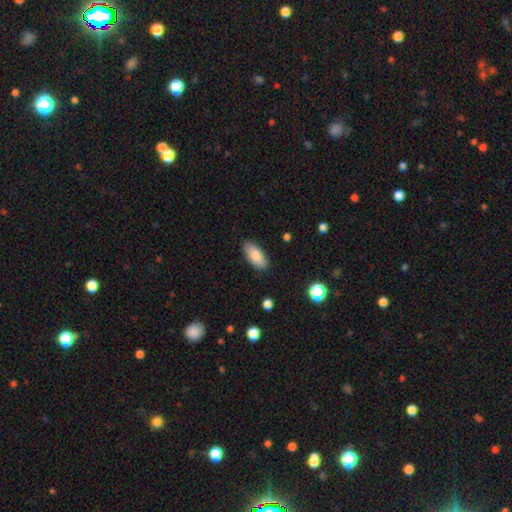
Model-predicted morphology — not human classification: A smooth galaxy with no disk features (86%) that is in between round and cigar-shaped (87%).

Vote fractions:
- Smooth or featured? smooth: 86% / featured or disk: 7% / star or artifact: 7%
- How rounded? in between: 87% / cigar-shaped: 11% / round: 2%
- Merging? none: 86% / minor disturbance: 10% / major disturbance: 2% / merger: 1%